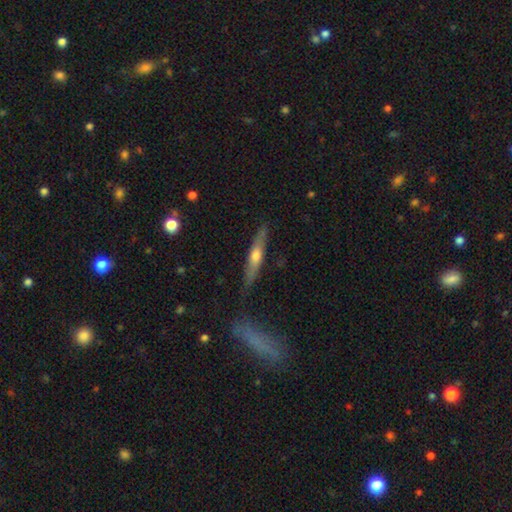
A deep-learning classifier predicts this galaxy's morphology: smooth-or-featured: featured or disk: 53% | smooth: 41% | star or artifact: 6%
  disk-edge-on: yes: 91% | no: 9%
  merging: none: 84% | minor disturbance: 12% | major disturbance: 3% | merger: 2%